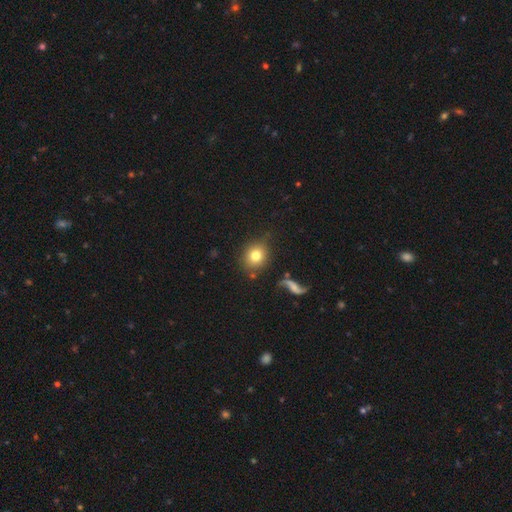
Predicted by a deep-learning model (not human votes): Smooth or featured?
  - smooth: 78% *
  - featured or disk: 12%
  - star or artifact: 10%
How rounded?
  - round: 77% *
  - in between: 21%
  - cigar-shaped: 1%
Merging?
  - none: 78% *
  - minor disturbance: 13%
  - merger: 5%
  - major disturbance: 4%